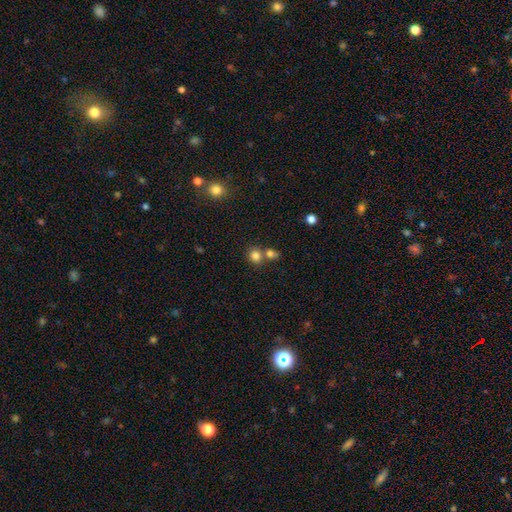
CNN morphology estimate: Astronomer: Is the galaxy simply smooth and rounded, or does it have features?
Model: smooth — 81%.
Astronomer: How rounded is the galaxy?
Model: round — 80%.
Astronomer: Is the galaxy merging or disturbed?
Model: none — 57% (runner-up: merger, 32%).